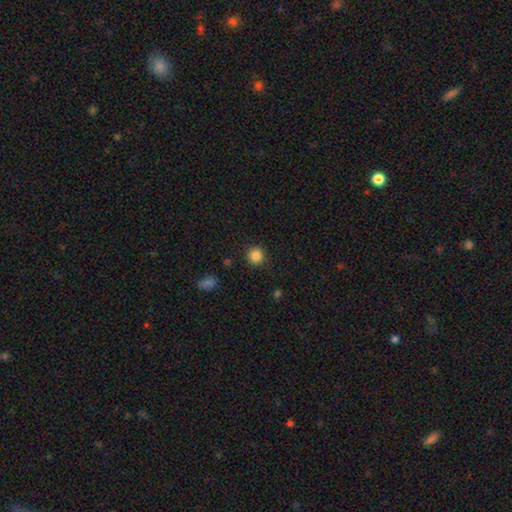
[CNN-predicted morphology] Smooth or featured?
  - smooth: 85% *
  - star or artifact: 11%
  - featured or disk: 4%
How rounded?
  - round: 91% *
  - in between: 8%
  - cigar-shaped: 1%
Merging?
  - none: 90% *
  - minor disturbance: 6%
  - major disturbance: 2%
  - merger: 1%